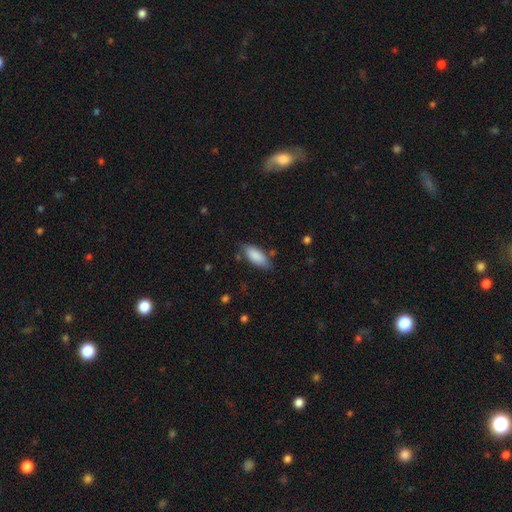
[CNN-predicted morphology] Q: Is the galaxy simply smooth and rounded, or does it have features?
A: smooth — 87%.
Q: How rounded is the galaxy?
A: in between — 82%.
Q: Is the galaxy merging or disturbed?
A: none — 74%.